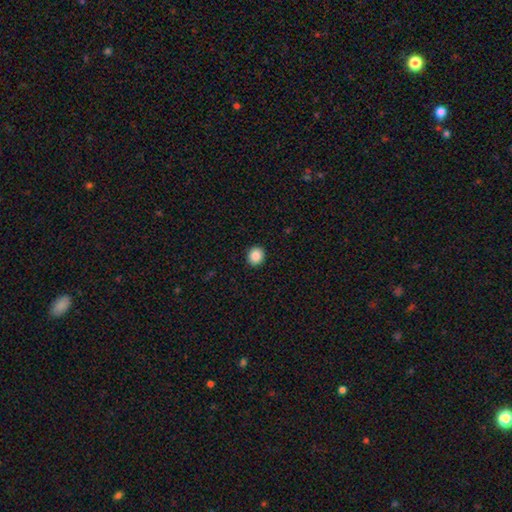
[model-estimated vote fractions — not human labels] smooth-or-featured: smooth: 88% | star or artifact: 9% | featured or disk: 3%
  how-rounded: round: 75% | in between: 24% | cigar-shaped: 1%
  merging: none: 92% | minor disturbance: 5% | major disturbance: 2% | merger: 1%